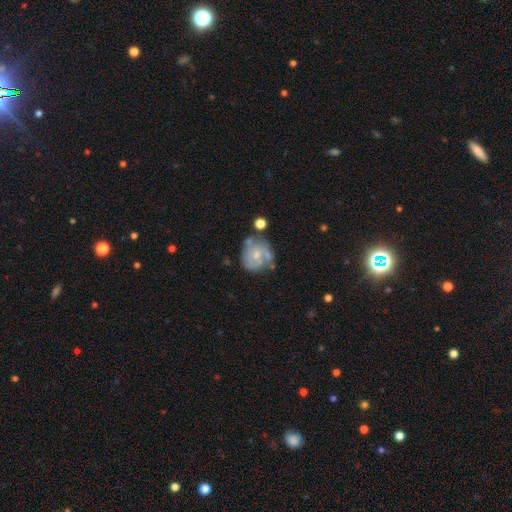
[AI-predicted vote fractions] smooth-or-featured: featured or disk: 63% | smooth: 30% | star or artifact: 7%
  disk-edge-on: no: 98% | yes: 2%
    bar: no: 79% | weak: 18% | strong: 3%
    has-spiral-arms: yes: 67% | no: 33%
    bulge-size: small: 49% | moderate: 45% | none: 4% | large: 2% | dominant: 1%
  merging: none: 51% | minor disturbance: 24% | merger: 13% | major disturbance: 12%